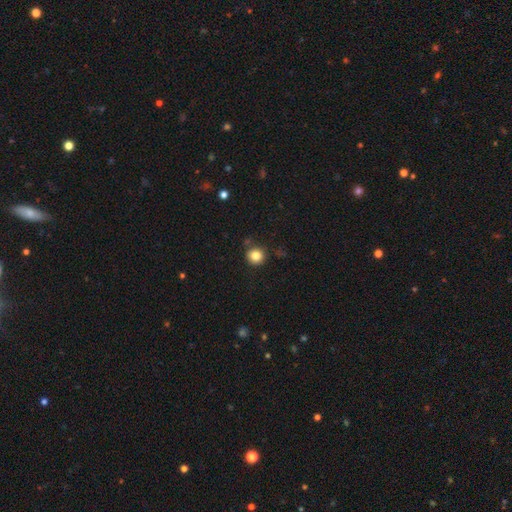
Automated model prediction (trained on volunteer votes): Smooth or featured? Predicted: smooth (p=0.83). How rounded? Predicted: round (p=0.92). Merging? Predicted: none (p=0.86).